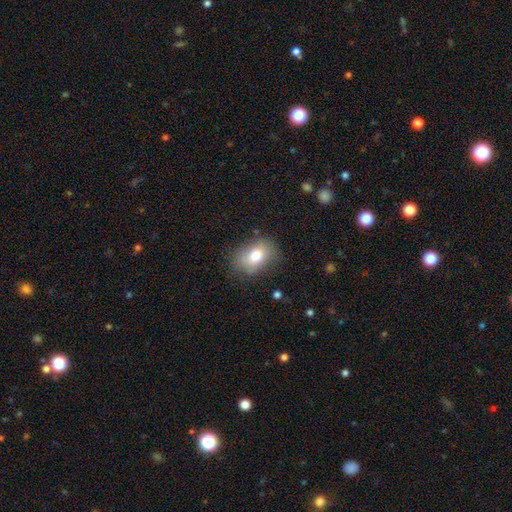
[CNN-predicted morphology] This appears to be a smooth galaxy with no disk features (79%) that is in between round and cigar-shaped (80%). Merging: none (70%).